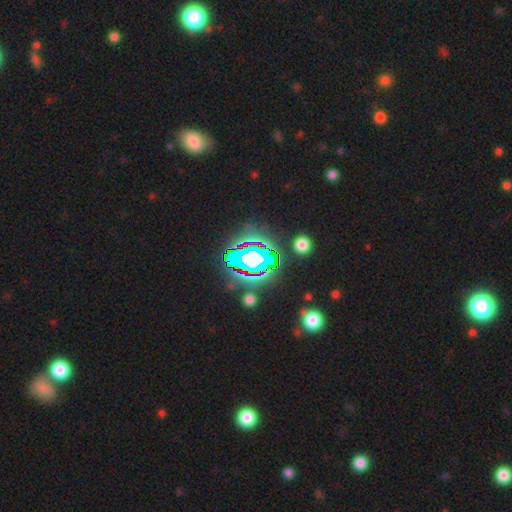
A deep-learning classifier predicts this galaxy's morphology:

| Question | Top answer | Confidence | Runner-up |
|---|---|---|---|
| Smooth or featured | star or artifact | 79% | smooth (12%) |